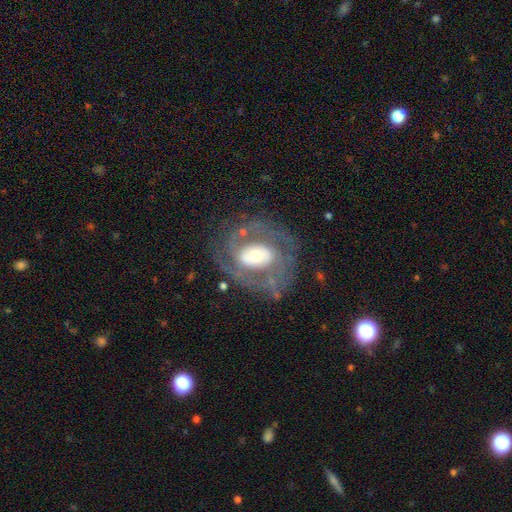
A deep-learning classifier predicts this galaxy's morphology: Smooth or featured? featured or disk (80%)
Edge-on disk? no (97%)
Bar? no (50%)
Spiral arms? yes (82%)
Spiral winding? tight (48%)
Spiral arm count? 2 (64%)
Bulge size? moderate (48%)
Merging? none (70%)